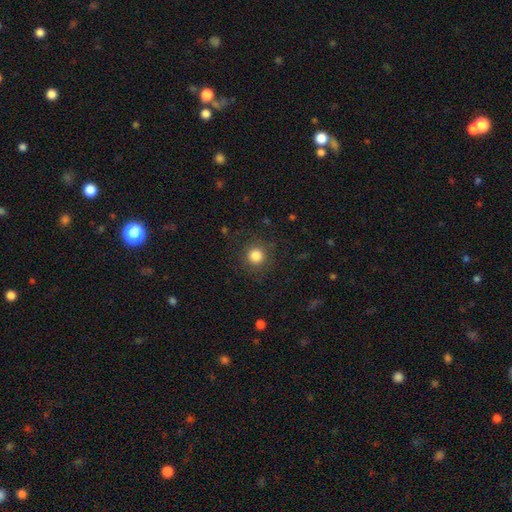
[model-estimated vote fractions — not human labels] smooth 84%, star or artifact 11%, featured or disk 5%. Down the decision tree: how rounded — round (94%); merging — none (88%).